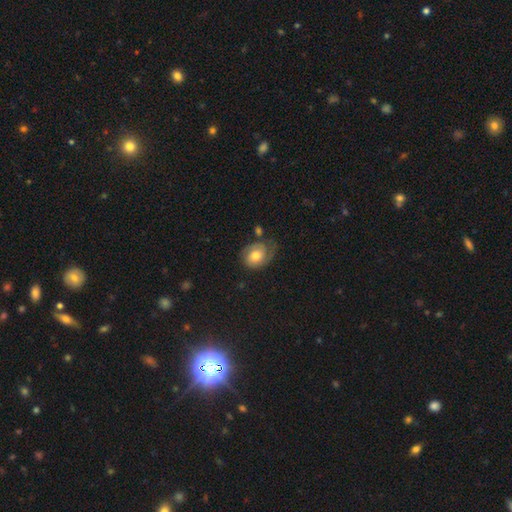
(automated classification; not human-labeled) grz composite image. It shows a featured or disk galaxy (48%). Merging: none (50%).